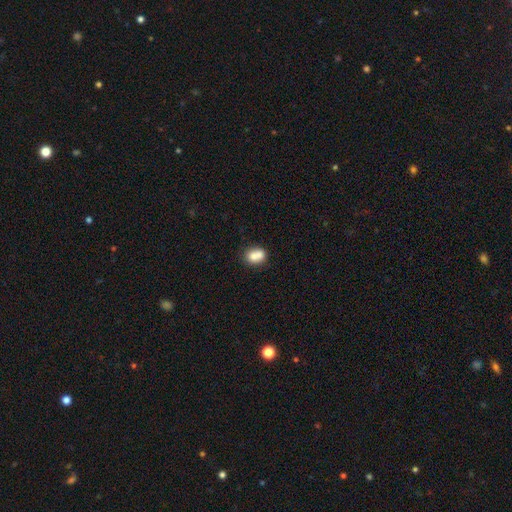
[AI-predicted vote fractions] smooth_or_featured: smooth (p=0.74) [alt: featured or disk p=0.17]
how_rounded: round (p=0.50) [alt: in between p=0.49]
merging: merger (p=0.48) [alt: none p=0.37]